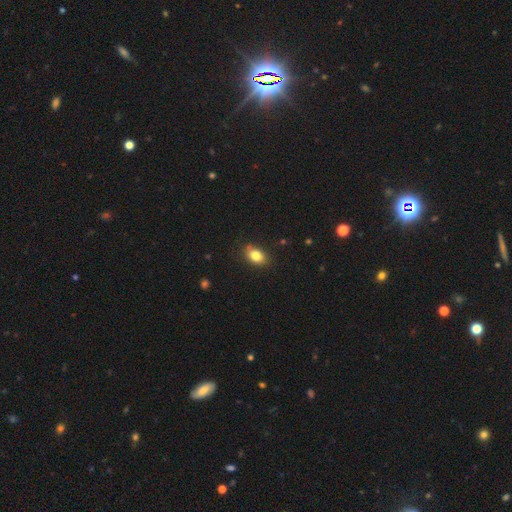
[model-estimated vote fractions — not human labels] The model was most divided on "how rounded": in between: 82%, round: 16%, cigar-shaped: 2%. More confident: smooth or featured — smooth (83%); merging — none (82%).